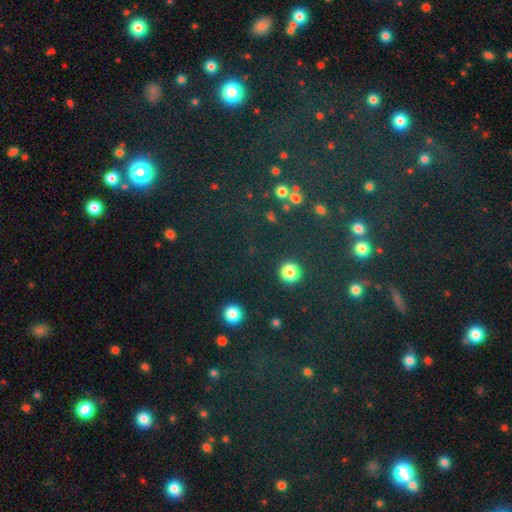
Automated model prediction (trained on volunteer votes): A star or artifact, not a galaxy (66%).